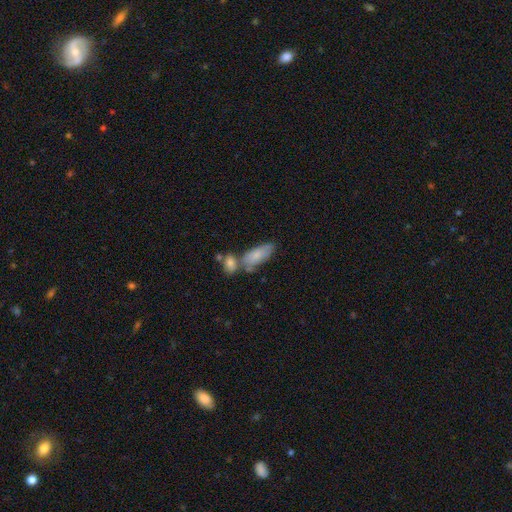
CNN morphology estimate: type=smooth (73%); roundness=in between (78%); merging=none (44%).